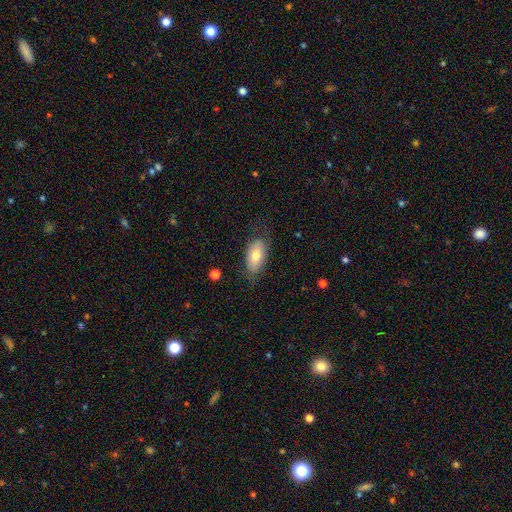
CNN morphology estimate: The model was most divided on "smooth or featured": smooth: 71%, featured or disk: 23%, star or artifact: 7%. More confident: how rounded — in between (92%); merging — none (70%).